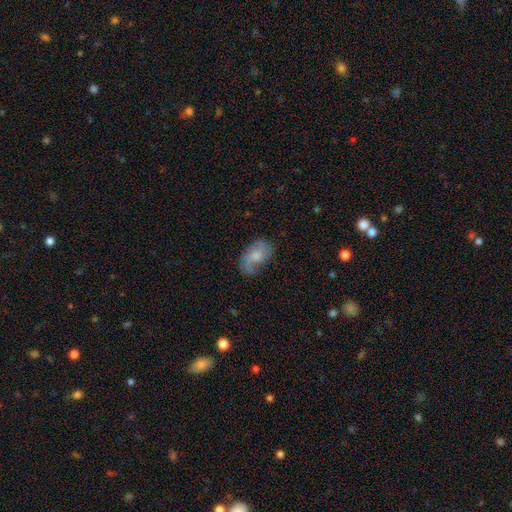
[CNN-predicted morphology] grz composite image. It shows a featured or disk galaxy (48%). Merging: none (55%).